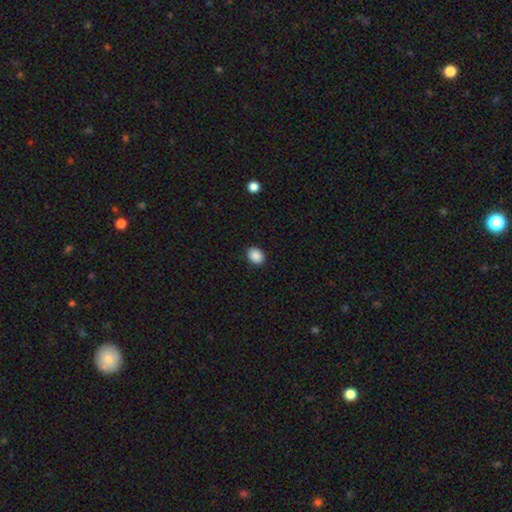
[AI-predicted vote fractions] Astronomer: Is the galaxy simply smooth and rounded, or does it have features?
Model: smooth — 89%.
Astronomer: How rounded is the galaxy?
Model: in between — 58% (runner-up: round, 41%).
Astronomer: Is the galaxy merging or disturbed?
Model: none — 91%.